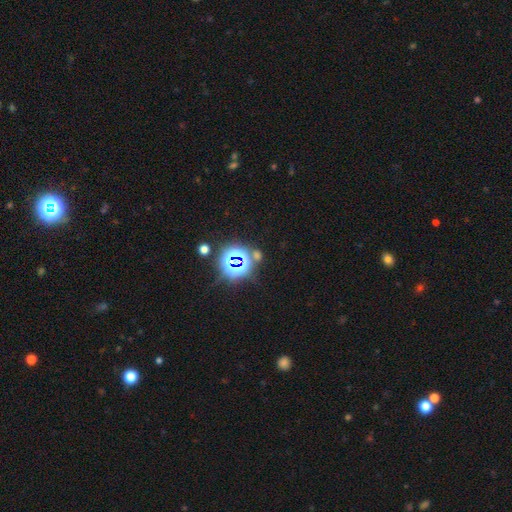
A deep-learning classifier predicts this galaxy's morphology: Overall: star or artifact (74%).